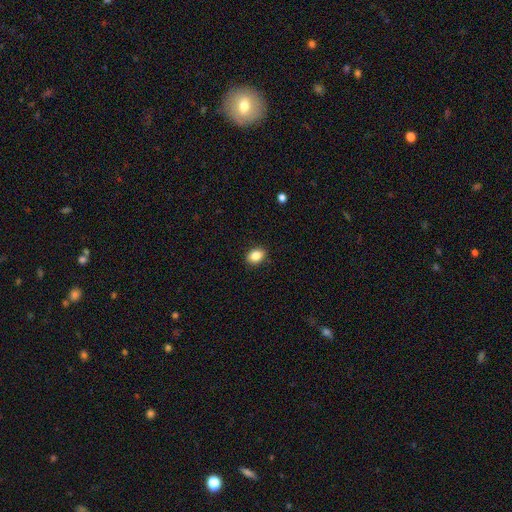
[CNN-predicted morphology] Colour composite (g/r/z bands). It shows a smooth galaxy with no disk features (86%) that is in between round and cigar-shaped (72%). Merging: none (89%).